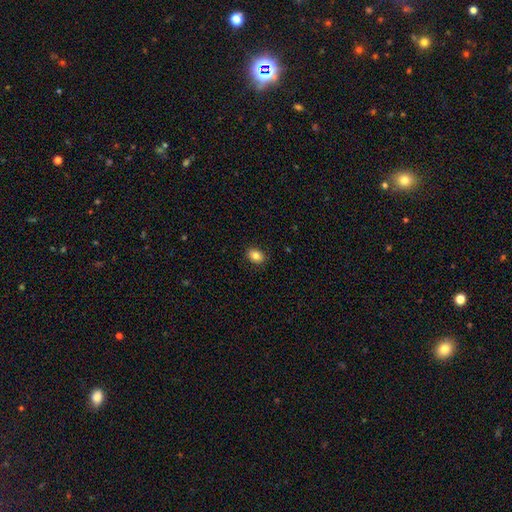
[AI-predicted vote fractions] Smooth or featured? smooth (83%)
How rounded? in between (65%)
Merging? none (89%)